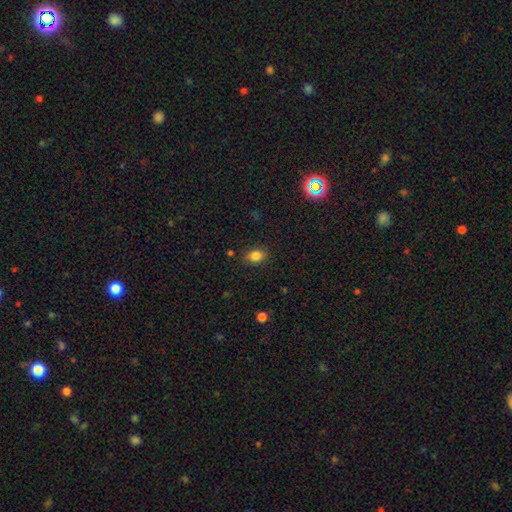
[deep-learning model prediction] Overall: smooth (83%). How rounded: in between (75%). Merging: none (86%).